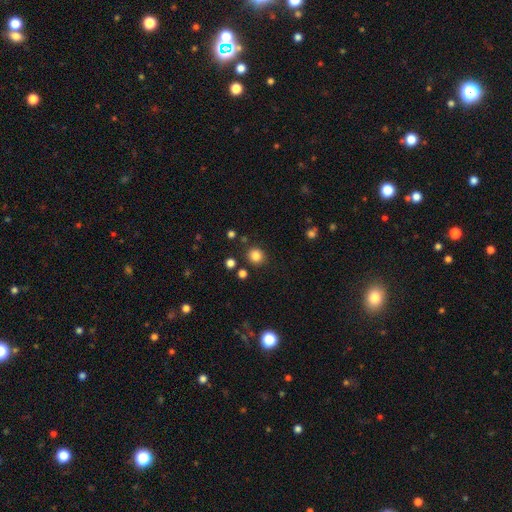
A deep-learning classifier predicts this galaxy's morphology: smooth 83%, star or artifact 12%, featured or disk 5%. Down the decision tree: how rounded — round (88%); merging — none (86%).